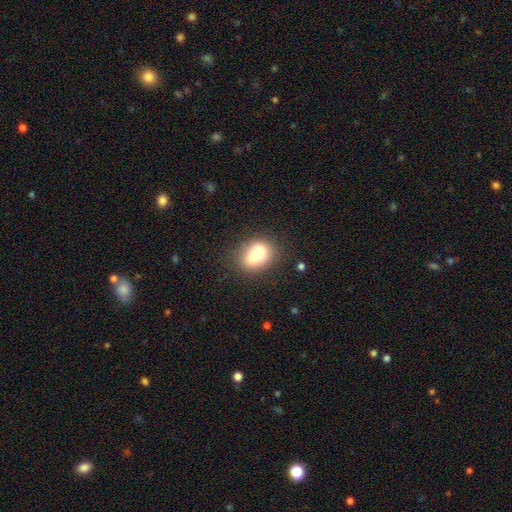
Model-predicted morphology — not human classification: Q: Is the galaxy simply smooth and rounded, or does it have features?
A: smooth — 72%.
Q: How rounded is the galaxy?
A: in between — 58%.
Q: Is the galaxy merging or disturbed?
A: none — 55%.